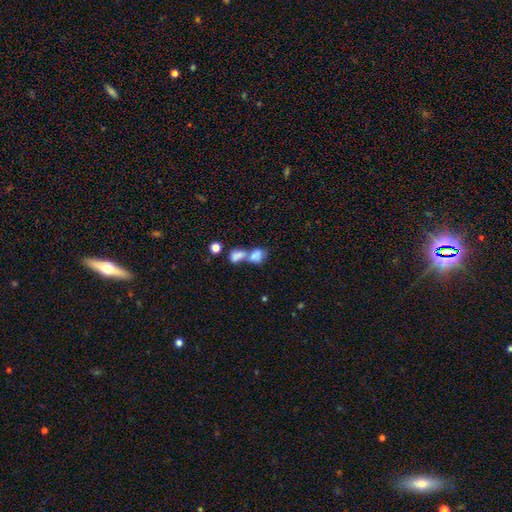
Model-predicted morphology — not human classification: This is likely a smooth galaxy (74%). How rounded: likely in between (74%). Merging: likely merger (75%).